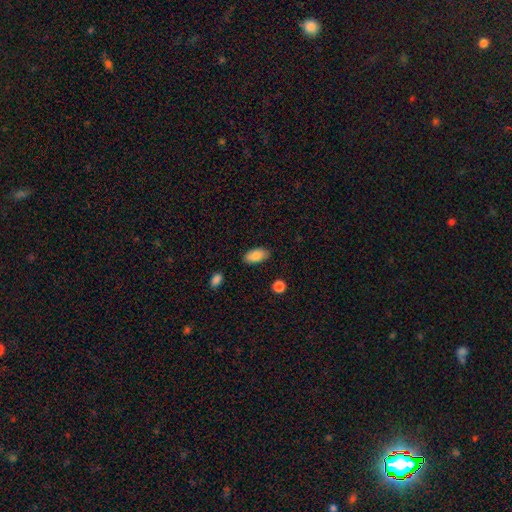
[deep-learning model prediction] smooth 87%, star or artifact 7%, featured or disk 6%. Down the decision tree: how rounded — in between (93%); merging — none (84%).